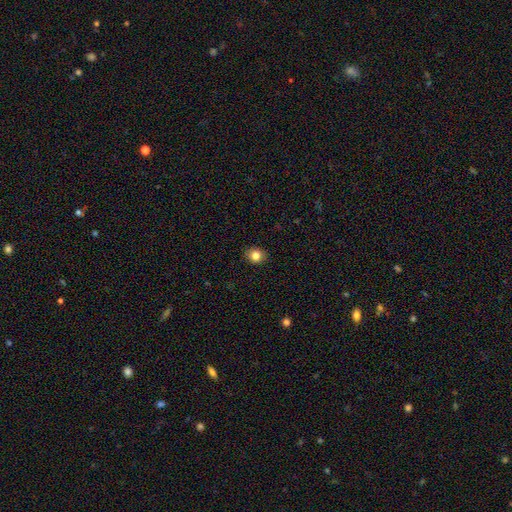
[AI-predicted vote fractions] Smooth or featured?
  - smooth: 83% *
  - star or artifact: 11%
  - featured or disk: 7%
How rounded?
  - round: 70% *
  - in between: 29%
  - cigar-shaped: 1%
Merging?
  - none: 90% *
  - minor disturbance: 7%
  - major disturbance: 2%
  - merger: 1%